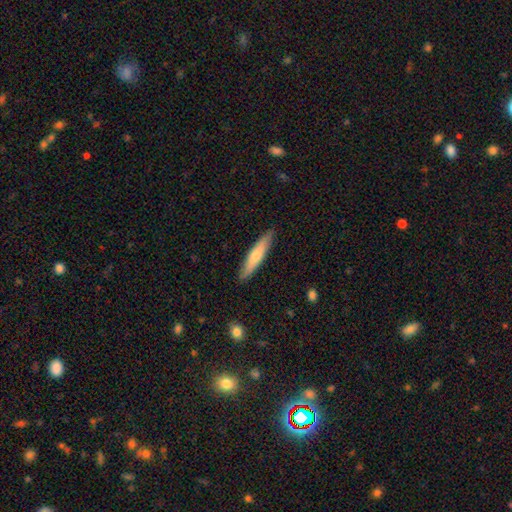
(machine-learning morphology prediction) A smooth galaxy with no disk features (61%) that is cigar-shaped (86%). Merging: none (88%).